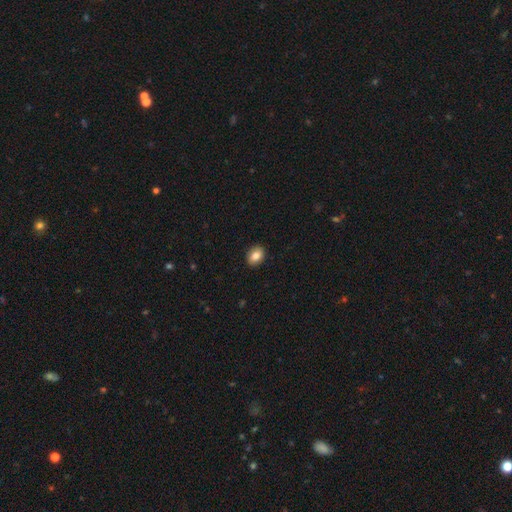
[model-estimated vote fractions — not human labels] A smooth galaxy with no disk features (84%) that is in between round and cigar-shaped (70%).

Vote fractions:
- Smooth or featured? smooth: 84% / star or artifact: 8% / featured or disk: 8%
- How rounded? in between: 70% / round: 29% / cigar-shaped: 1%
- Merging? none: 91% / minor disturbance: 7% / major disturbance: 2% / merger: 1%